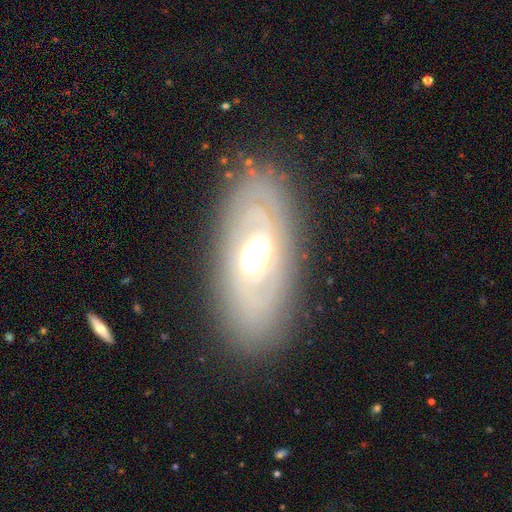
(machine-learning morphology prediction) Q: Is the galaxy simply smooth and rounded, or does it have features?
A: featured or disk — 70%.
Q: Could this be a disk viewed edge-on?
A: no — 86%.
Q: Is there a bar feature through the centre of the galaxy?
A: no — 55%.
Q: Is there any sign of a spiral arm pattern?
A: yes — 55%.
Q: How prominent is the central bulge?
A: moderate — 54%.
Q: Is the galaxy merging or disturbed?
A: none — 82%.